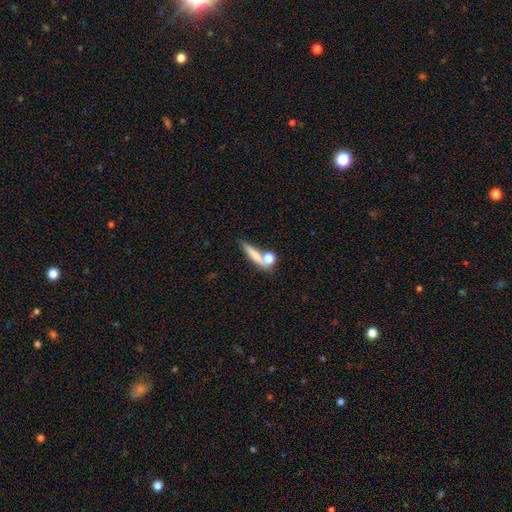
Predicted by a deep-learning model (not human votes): Smooth or featured?
  - smooth: 72% *
  - featured or disk: 18%
  - star or artifact: 10%
How rounded?
  - cigar-shaped: 55% *
  - in between: 23%
  - round: 21%
Merging?
  - none: 54% *
  - merger: 26%
  - minor disturbance: 12%
  - major disturbance: 8%